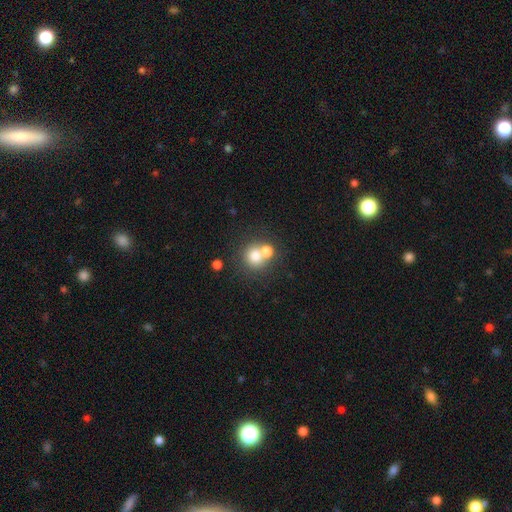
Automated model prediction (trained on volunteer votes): Overall: smooth (73%). How rounded: round (87%). Merging: none (46%; merger 44%).